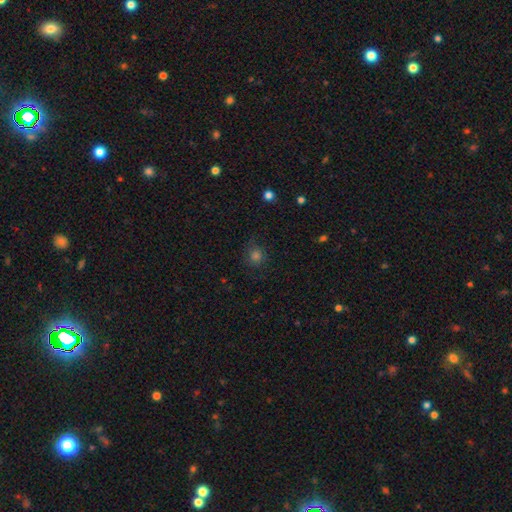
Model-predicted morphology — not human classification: Smooth or featured? smooth (70%)
How rounded? round (86%)
Merging? none (79%)